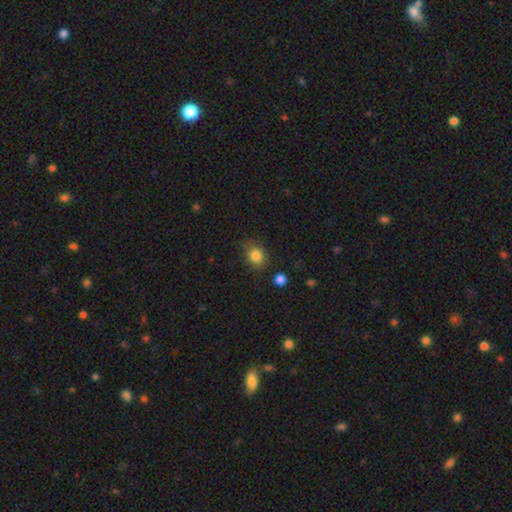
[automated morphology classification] smooth_or_featured: smooth (p=0.83) [alt: star or artifact p=0.11]
how_rounded: round (p=0.62) [alt: in between p=0.37]
merging: none (p=0.78) [alt: minor disturbance p=0.16]